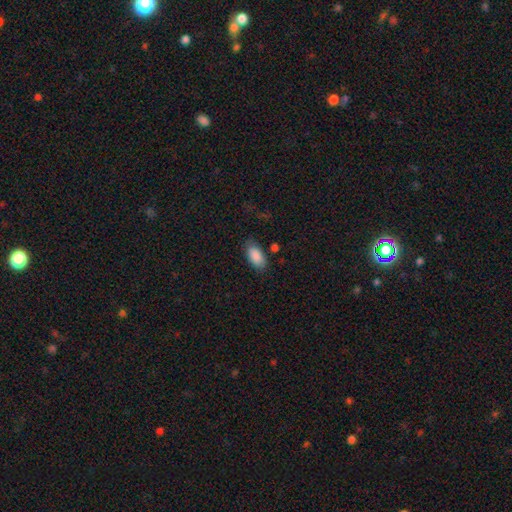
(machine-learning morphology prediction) smooth 88%, star or artifact 7%, featured or disk 5%. Down the decision tree: how rounded — in between (93%); merging — none (78%).